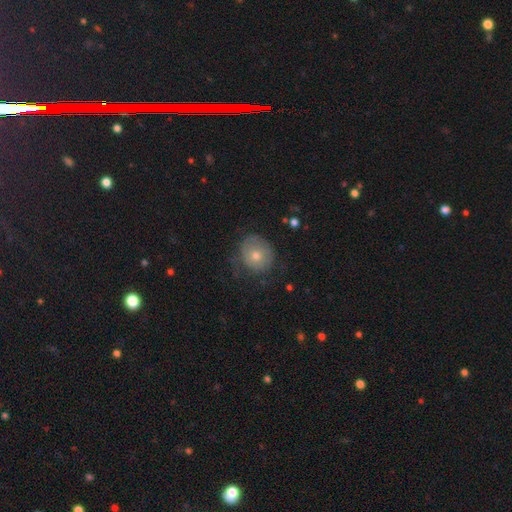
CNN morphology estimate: Q: Smooth or featured?
A: smooth (56%); runner-up: featured or disk (33%)
Q: How rounded?
A: round (83%); runner-up: in between (16%)
Q: Merging?
A: none (66%); runner-up: minor disturbance (22%)